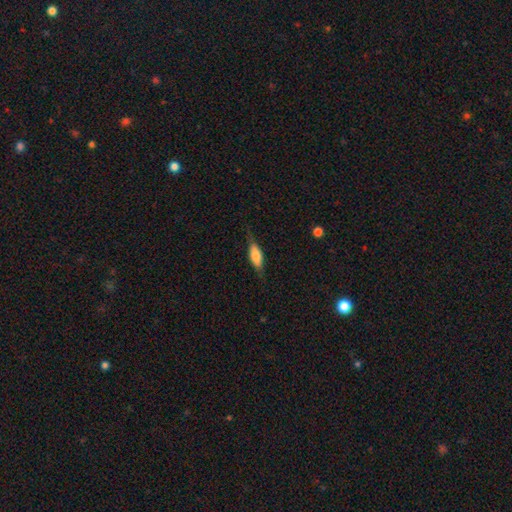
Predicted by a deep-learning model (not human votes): A smooth galaxy with no disk features (62%) that is in between round and cigar-shaped (65%). Merging: none (71%).